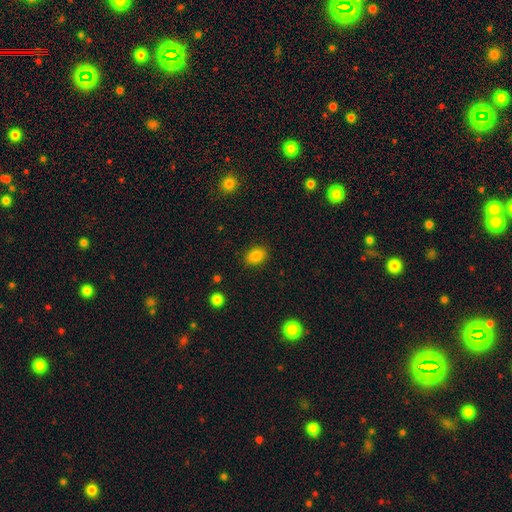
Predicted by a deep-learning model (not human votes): smooth_or_featured: smooth (p=0.85) [alt: star or artifact p=0.10]
how_rounded: in between (p=0.71) [alt: round p=0.28]
merging: none (p=0.87) [alt: minor disturbance p=0.09]